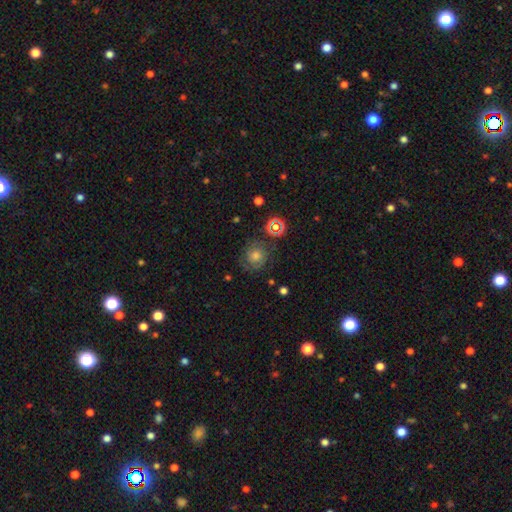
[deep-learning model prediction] Morphology: type=featured or disk (42%); merging=none (78%).